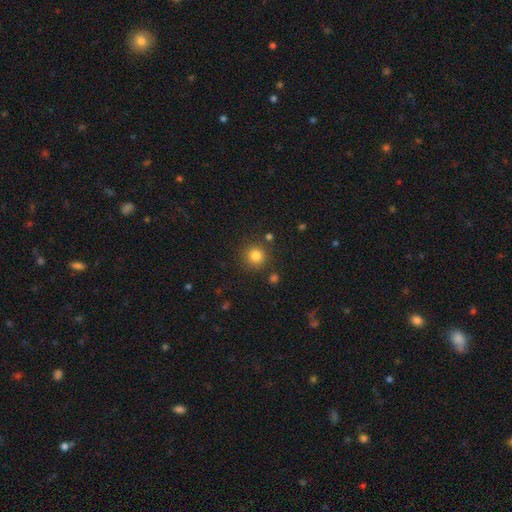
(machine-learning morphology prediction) The model was most divided on "smooth or featured": smooth: 82%, star or artifact: 13%, featured or disk: 6%. More confident: how rounded — round (94%); merging — none (86%).